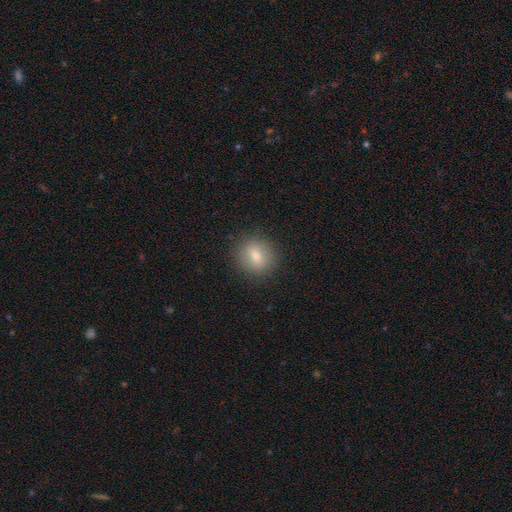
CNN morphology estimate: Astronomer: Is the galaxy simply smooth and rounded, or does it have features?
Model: smooth — 75%.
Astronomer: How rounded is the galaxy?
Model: round — 76%.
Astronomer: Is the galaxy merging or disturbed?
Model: none — 89%.